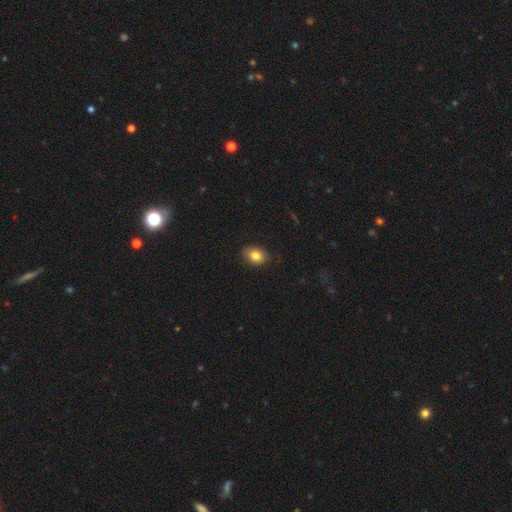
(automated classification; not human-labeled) Morphology: type=smooth (83%); roundness=in between (70%); merging=none (81%).